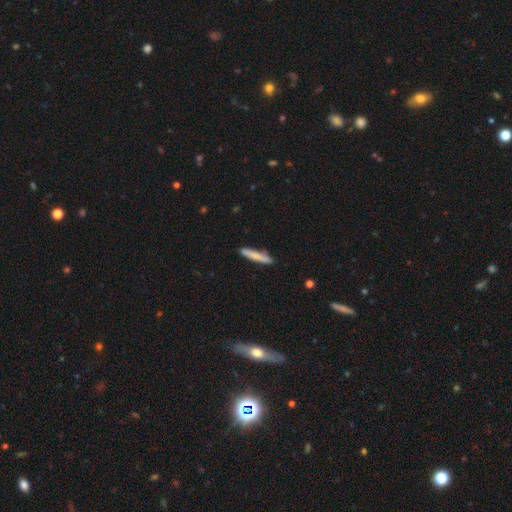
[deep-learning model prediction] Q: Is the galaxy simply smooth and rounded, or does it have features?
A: smooth — 75%.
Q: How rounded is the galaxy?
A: cigar-shaped — 92%.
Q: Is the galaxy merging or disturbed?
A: none — 86%.